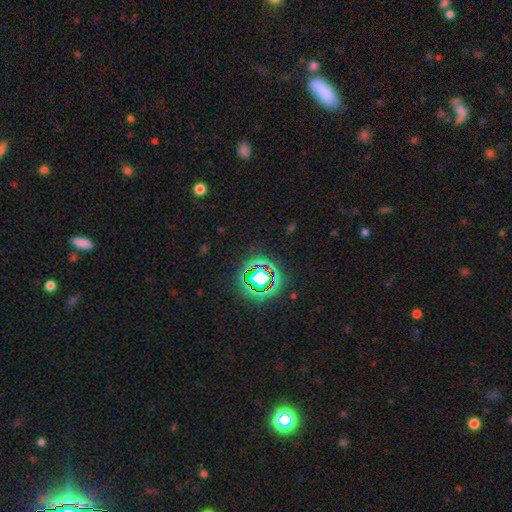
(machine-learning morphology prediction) star or artifact 75%, smooth 16%, featured or disk 9%.